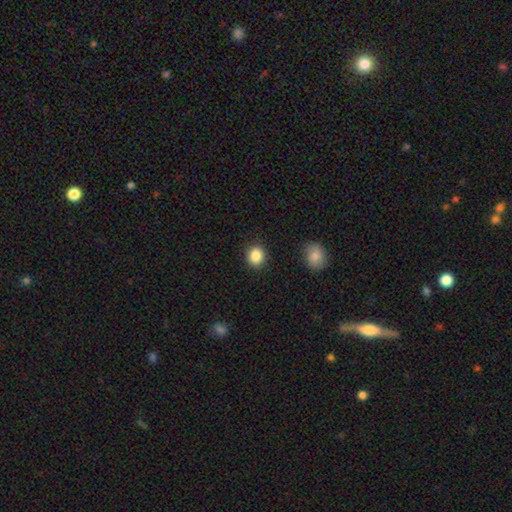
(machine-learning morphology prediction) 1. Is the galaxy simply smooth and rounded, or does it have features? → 87% smooth, 9% star or artifact, 4% featured or disk.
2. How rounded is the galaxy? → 73% round, 26% in between, 1% cigar-shaped.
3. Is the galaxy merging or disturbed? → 89% none, 7% minor disturbance, 2% major disturbance, 2% merger.